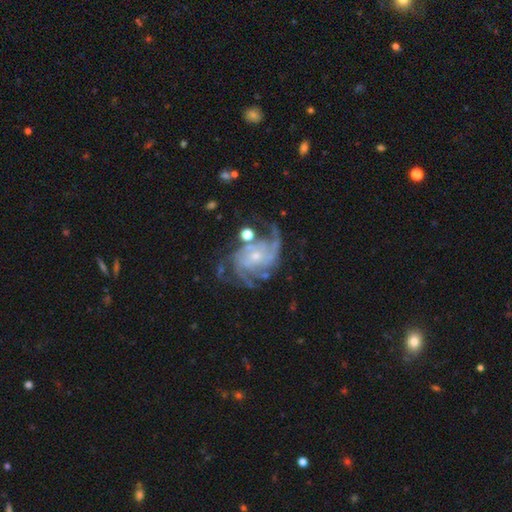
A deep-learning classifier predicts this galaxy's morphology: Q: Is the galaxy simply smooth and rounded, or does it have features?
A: featured or disk — 90%.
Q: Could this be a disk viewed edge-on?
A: no — 98%.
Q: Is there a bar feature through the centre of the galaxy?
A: no — 67%.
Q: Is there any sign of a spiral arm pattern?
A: yes — 97%.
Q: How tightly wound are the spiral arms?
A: medium — 46%.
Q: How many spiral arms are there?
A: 3 — 27%.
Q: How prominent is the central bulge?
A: small — 76%.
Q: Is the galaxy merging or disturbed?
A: none — 58%.